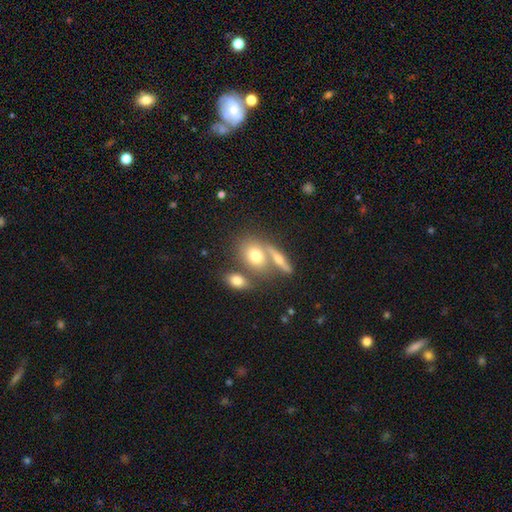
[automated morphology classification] Overall: smooth (68%). How rounded: in between (60%; round 36%). Merging: none (46%; merger 37%).